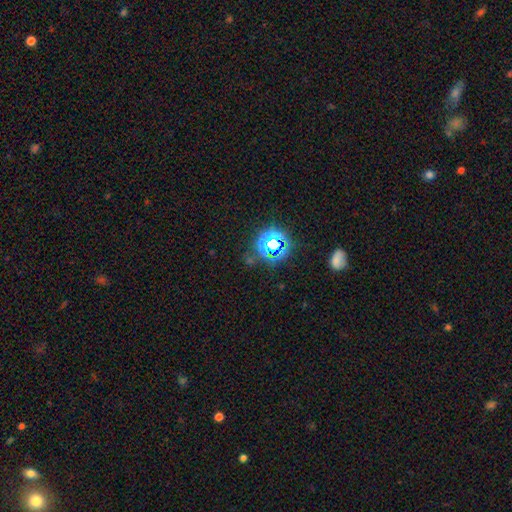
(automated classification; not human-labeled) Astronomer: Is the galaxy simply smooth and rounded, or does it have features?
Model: star or artifact — 67%.